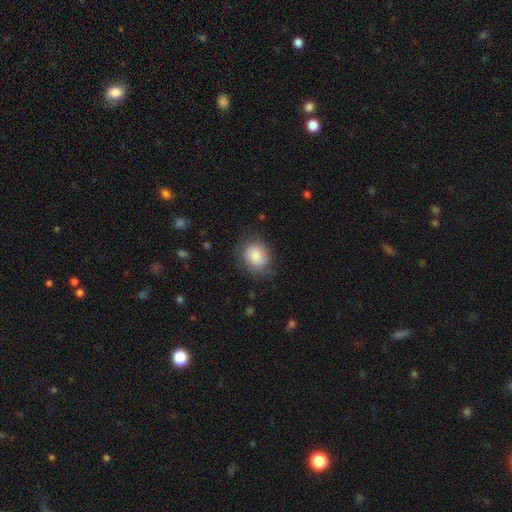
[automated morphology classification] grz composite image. It shows a smooth galaxy with no disk features (84%) that is round (62%). Merging: none (72%).